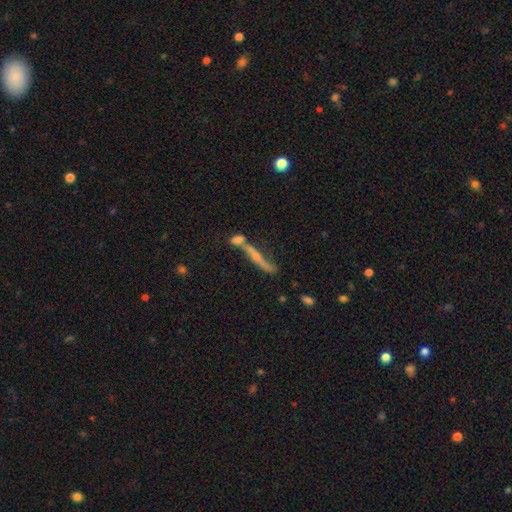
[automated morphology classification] This is possibly a featured or disk galaxy (59%). It is clearly viewed edge-on (84%). Merging: possibly none (48%).